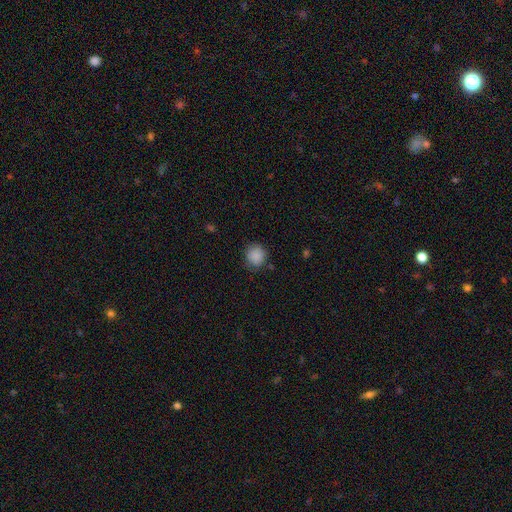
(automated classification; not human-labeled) Smooth or featured: smooth — 88% (star or artifact — 9%)
How rounded: round — 89% (in between — 10%)
Merging: none — 84% (minor disturbance — 12%)